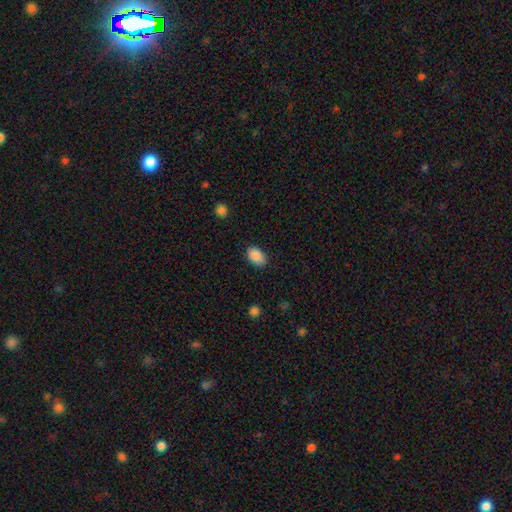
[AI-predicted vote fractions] Overall: smooth (89%). How rounded: in between (88%). Merging: none (83%).